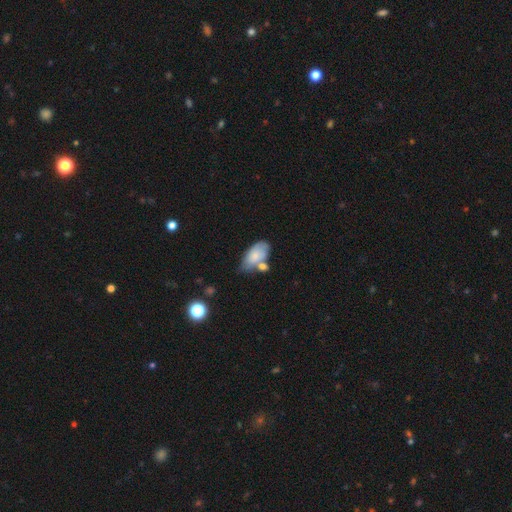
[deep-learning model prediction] smooth_or_featured: smooth (p=0.75) [alt: featured or disk p=0.18]
how_rounded: in between (p=0.93) [alt: round p=0.04]
merging: none (p=0.43) [alt: merger p=0.26]